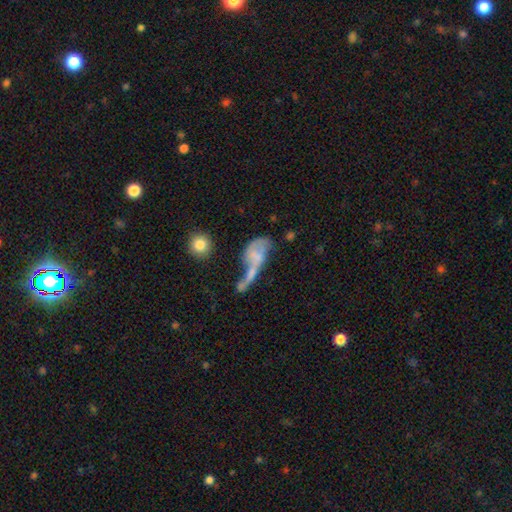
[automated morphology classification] This is possibly a smooth galaxy (45%). Merging: marginally merger (43%).